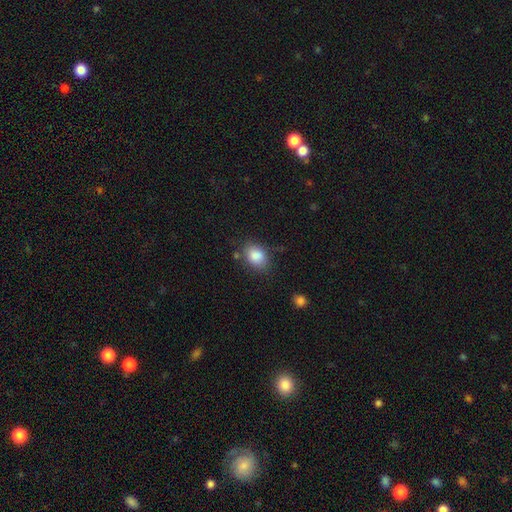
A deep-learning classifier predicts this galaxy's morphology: smooth 86%, star or artifact 8%, featured or disk 6%. Down the decision tree: how rounded — in between (71%); merging — none (72%).